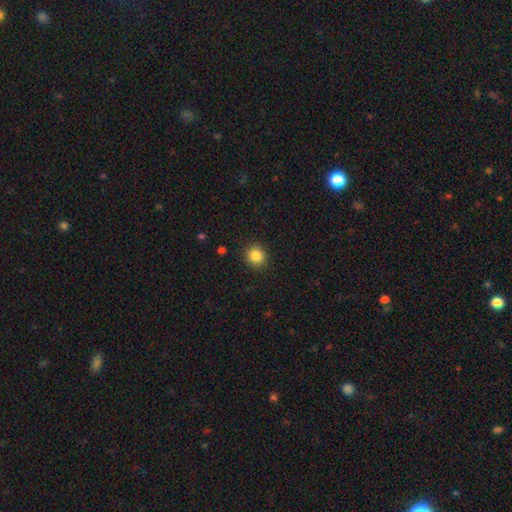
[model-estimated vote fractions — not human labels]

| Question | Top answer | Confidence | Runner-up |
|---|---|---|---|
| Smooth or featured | smooth | 86% | star or artifact (10%) |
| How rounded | round | 85% | in between (14%) |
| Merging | none | 90% | minor disturbance (6%) |